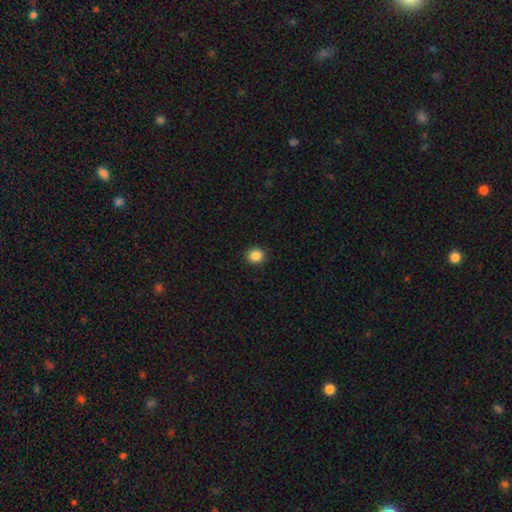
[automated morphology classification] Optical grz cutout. It shows a smooth galaxy with no disk features (87%) that is round (88%). Merging: none (92%).